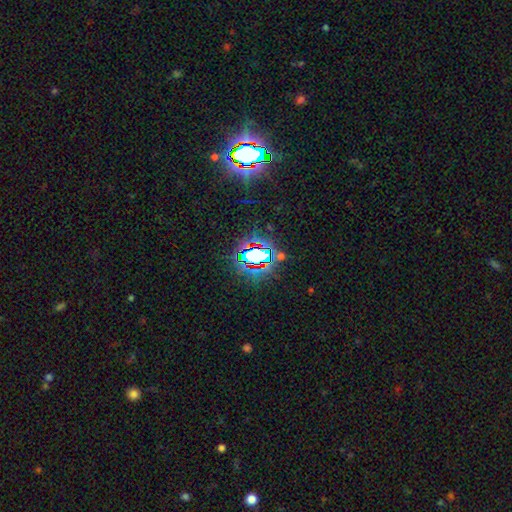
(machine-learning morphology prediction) Smooth or featured? star or artifact (74%)